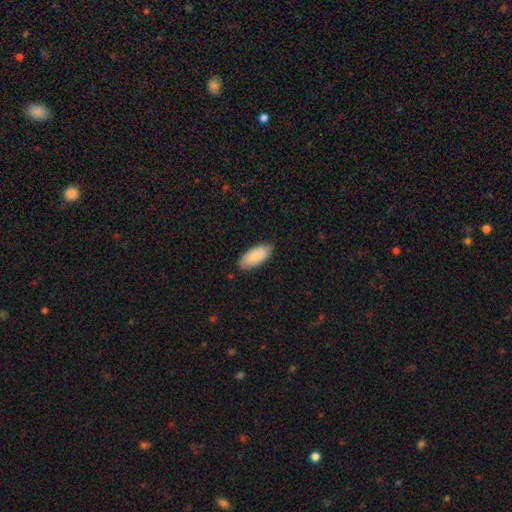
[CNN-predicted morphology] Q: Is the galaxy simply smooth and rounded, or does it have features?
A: smooth — 83%.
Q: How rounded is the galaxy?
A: in between — 91%.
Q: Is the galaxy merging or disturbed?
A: none — 79%.